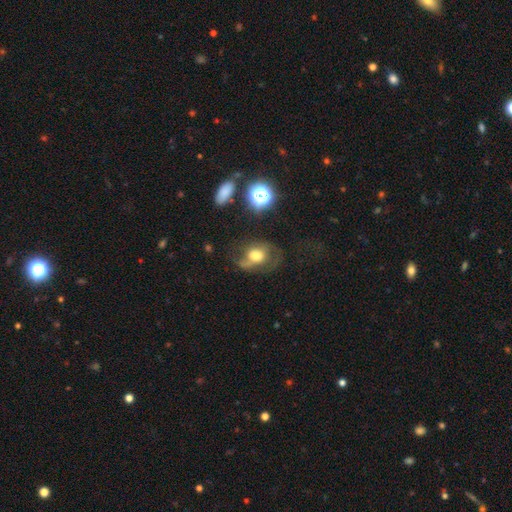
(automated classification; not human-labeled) A smooth galaxy with no disk features (45%).

Vote fractions:
- Smooth or featured? smooth: 45% / featured or disk: 43% / star or artifact: 12%
- Merging? major disturbance: 39% / none: 34% / minor disturbance: 22% / merger: 5%